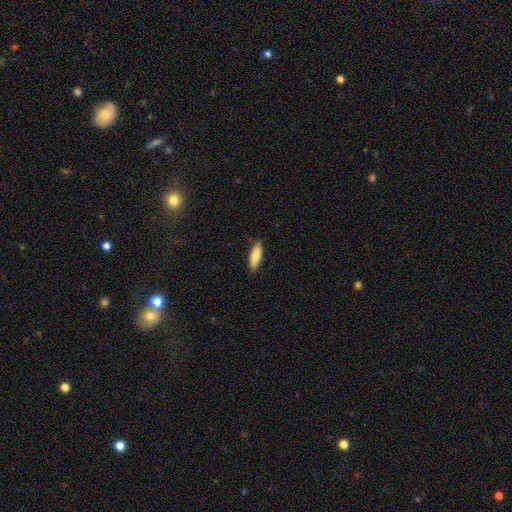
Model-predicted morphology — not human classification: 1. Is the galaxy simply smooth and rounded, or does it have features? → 80% smooth, 14% featured or disk, 6% star or artifact.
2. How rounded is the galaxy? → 61% in between, 37% cigar-shaped, 2% round.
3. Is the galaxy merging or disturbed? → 86% none, 11% minor disturbance, 2% major disturbance, 1% merger.